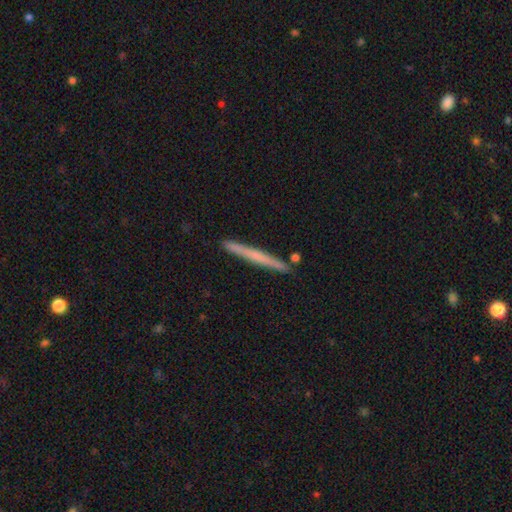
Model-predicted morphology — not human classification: Smooth or featured: smooth — 51% (featured or disk — 43%)
How rounded: cigar-shaped — 97% (in between — 2%)
Merging: none — 89% (minor disturbance — 7%)